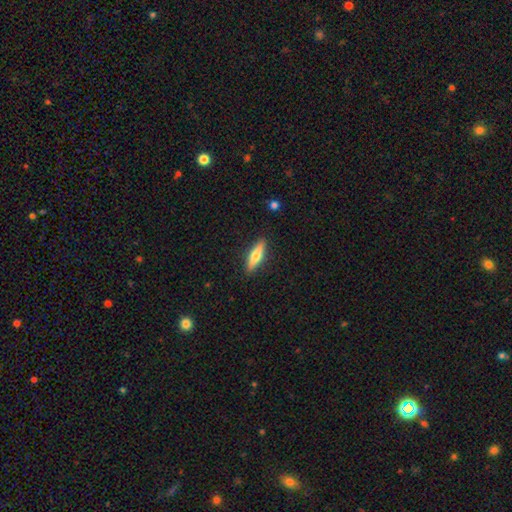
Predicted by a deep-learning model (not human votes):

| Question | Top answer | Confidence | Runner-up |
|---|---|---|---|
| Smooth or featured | smooth | 56% | featured or disk (38%) |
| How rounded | cigar-shaped | 69% | in between (29%) |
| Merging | none | 89% | minor disturbance (8%) |